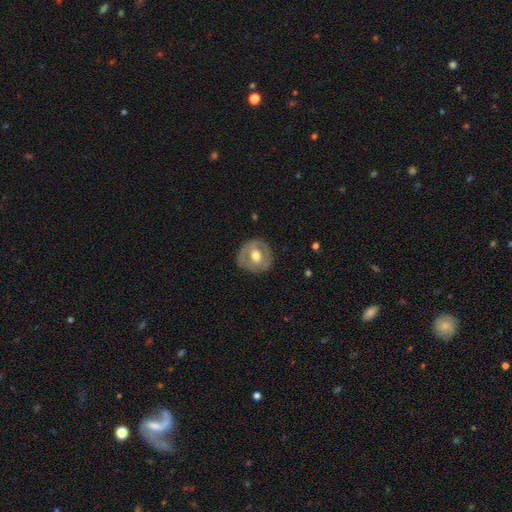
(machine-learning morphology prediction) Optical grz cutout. It shows a featured or disk galaxy (54%) with no bar (49%), no spiral arms (74%) and a moderate central bulge (76%). Merging: none (82%).